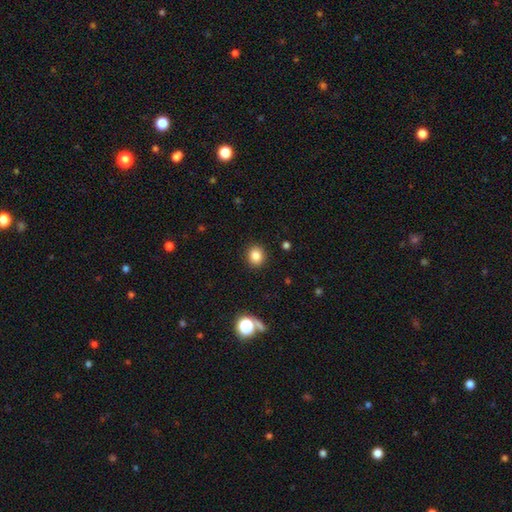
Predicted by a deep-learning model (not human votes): smooth 84%, star or artifact 11%, featured or disk 5%. Down the decision tree: how rounded — round (76%); merging — none (91%).